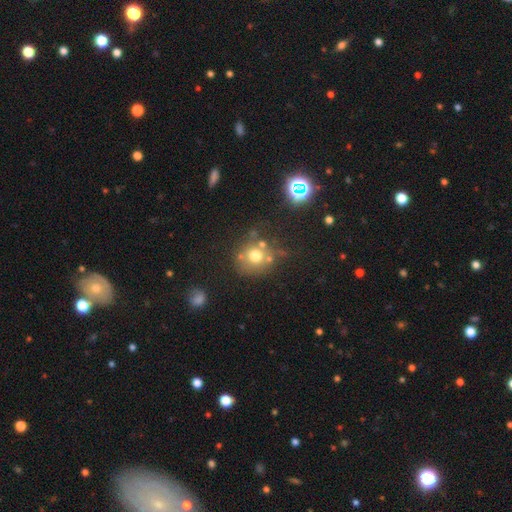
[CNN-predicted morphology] A smooth galaxy with no disk features (66%) that is round (84%).

Vote fractions:
- Smooth or featured? smooth: 66% / featured or disk: 17% / star or artifact: 16%
- How rounded? round: 84% / in between: 15% / cigar-shaped: 1%
- Merging? none: 57% / merger: 18% / minor disturbance: 16% / major disturbance: 9%